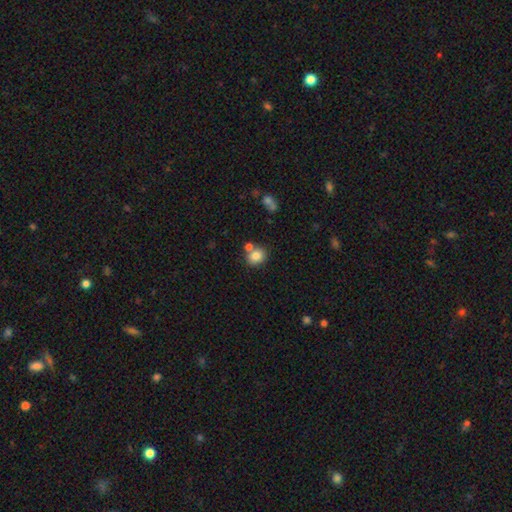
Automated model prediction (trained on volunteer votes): Overall: smooth (82%). How rounded: round (66%; in between 33%). Merging: none (64%).